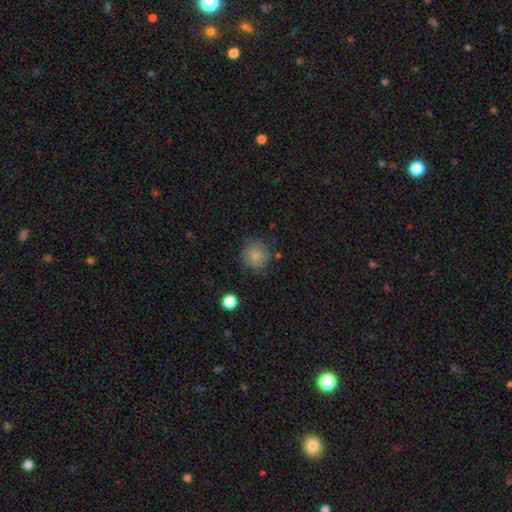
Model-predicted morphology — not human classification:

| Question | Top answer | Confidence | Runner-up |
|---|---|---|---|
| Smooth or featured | smooth | 80% | featured or disk (11%) |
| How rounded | round | 89% | in between (10%) |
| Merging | none | 76% | minor disturbance (17%) |